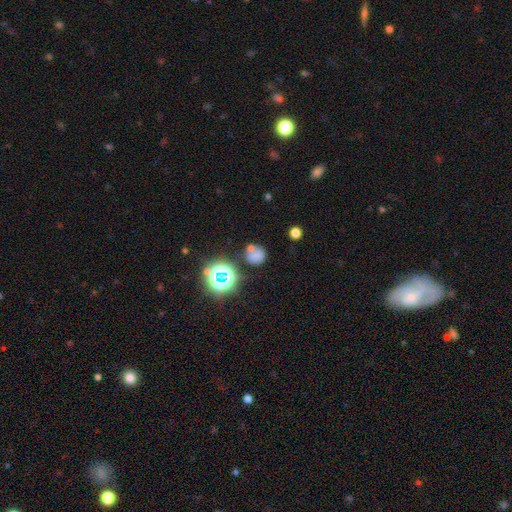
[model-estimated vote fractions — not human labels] This appears to be a smooth galaxy with no disk features (64%) that is round (84%). Merging: none (60%).